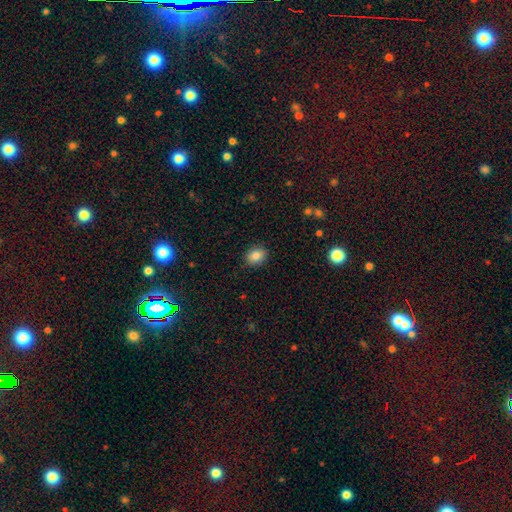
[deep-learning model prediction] This appears to be a smooth galaxy with no disk features (84%) that is in between round and cigar-shaped (54%). Merging: none (88%).